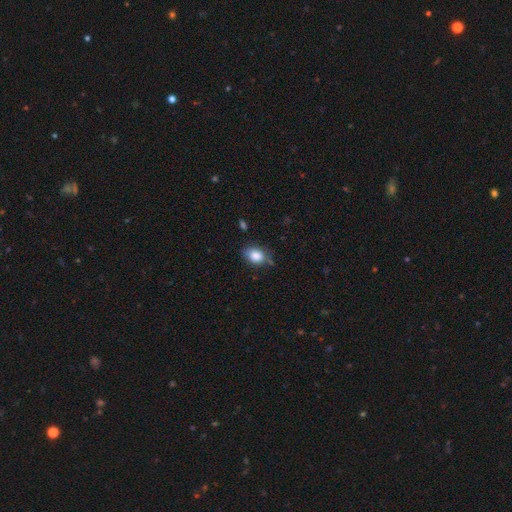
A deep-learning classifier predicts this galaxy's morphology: Overall: smooth (85%). How rounded: in between (71%). Merging: none (68%).